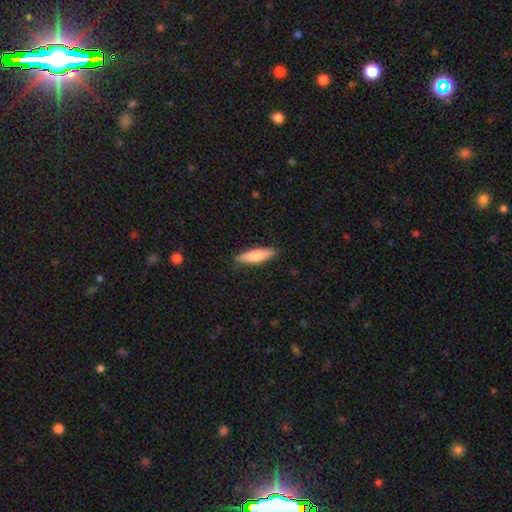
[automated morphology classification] A smooth galaxy with no disk features (78%) that is cigar-shaped (73%). Merging: none (88%).